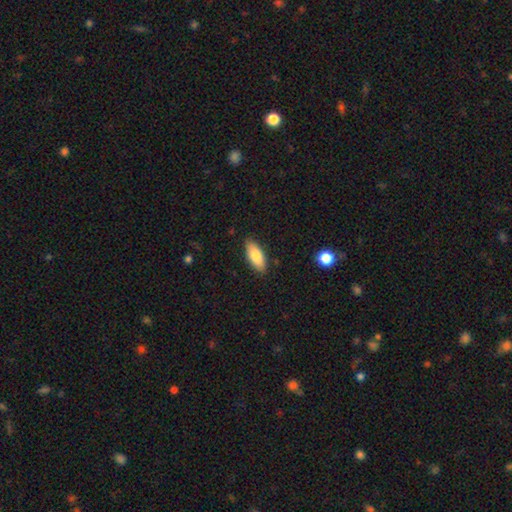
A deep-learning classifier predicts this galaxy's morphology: smooth_or_featured: smooth (p=0.82) [alt: featured or disk p=0.12]
how_rounded: in between (p=0.79) [alt: cigar-shaped p=0.19]
merging: none (p=0.87) [alt: minor disturbance p=0.10]